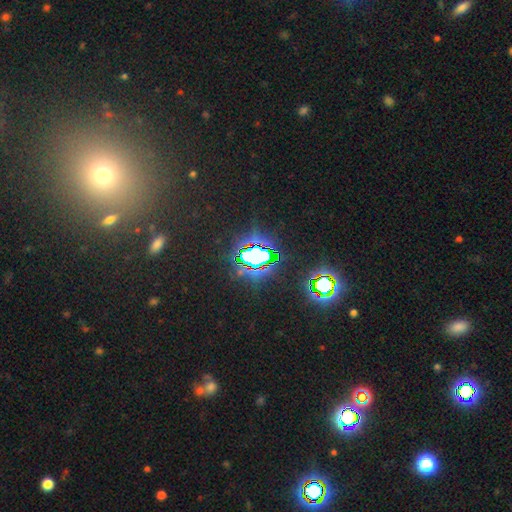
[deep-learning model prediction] Smooth or featured?
  - star or artifact: 75% *
  - smooth: 16%
  - featured or disk: 10%